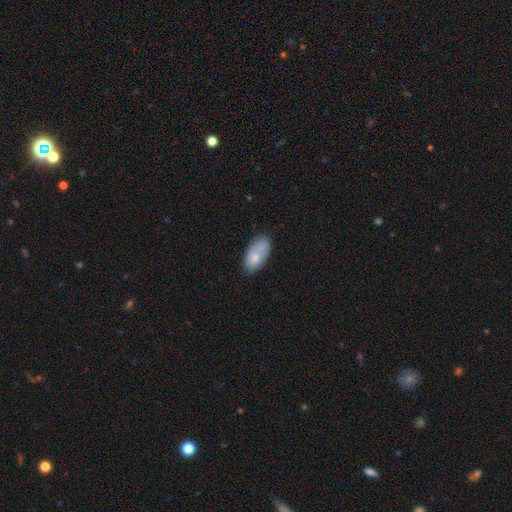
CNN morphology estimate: Smooth or featured: smooth — 74% (featured or disk — 20%)
How rounded: in between — 93% (round — 4%)
Merging: none — 59% (minor disturbance — 28%)